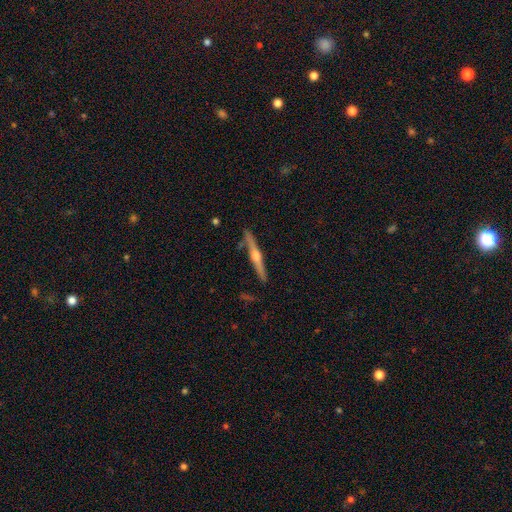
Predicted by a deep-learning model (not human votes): Q: Smooth or featured?
A: featured or disk (76%); runner-up: smooth (19%)
Q: Edge-on disk?
A: yes (98%); runner-up: no (2%)
Q: Edge-on bulge?
A: rounded (93%); runner-up: none (4%)
Q: Merging?
A: none (89%); runner-up: minor disturbance (8%)